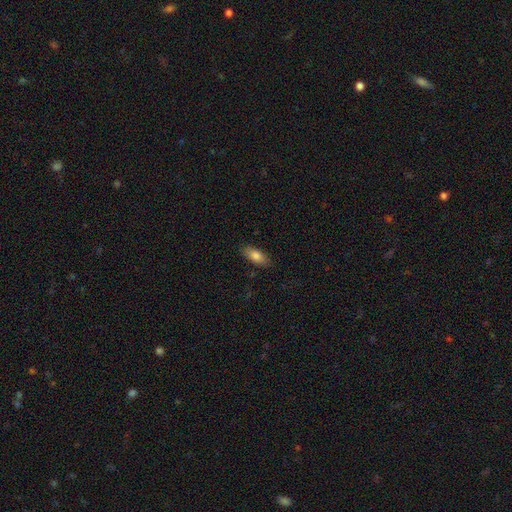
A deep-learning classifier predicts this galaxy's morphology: A smooth galaxy with no disk features (81%) that is in between round and cigar-shaped (79%).

Vote fractions:
- Smooth or featured? smooth: 81% / featured or disk: 12% / star or artifact: 7%
- How rounded? in between: 79% / cigar-shaped: 18% / round: 3%
- Merging? none: 86% / minor disturbance: 11% / major disturbance: 2% / merger: 1%